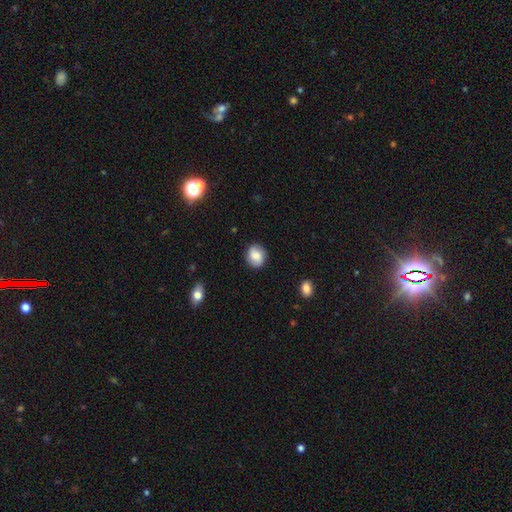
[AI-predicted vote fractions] smooth 70%, featured or disk 21%, star or artifact 9%. Down the decision tree: how rounded — round (70%); merging — none (84%).